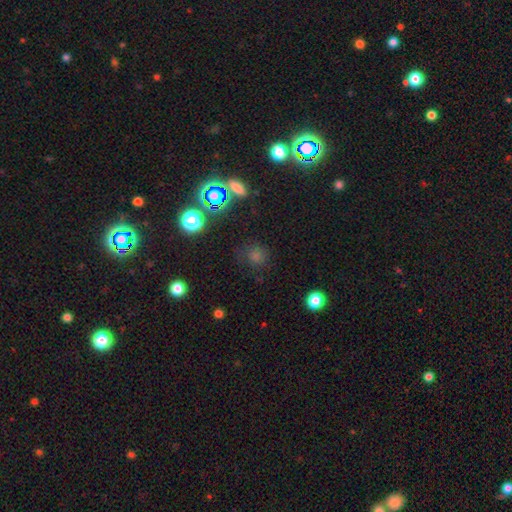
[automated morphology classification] Smooth or featured?
  - smooth: 52% *
  - star or artifact: 40%
  - featured or disk: 9%
How rounded?
  - round: 89% *
  - in between: 10%
  - cigar-shaped: 1%
Merging?
  - none: 79% *
  - minor disturbance: 12%
  - major disturbance: 6%
  - merger: 3%